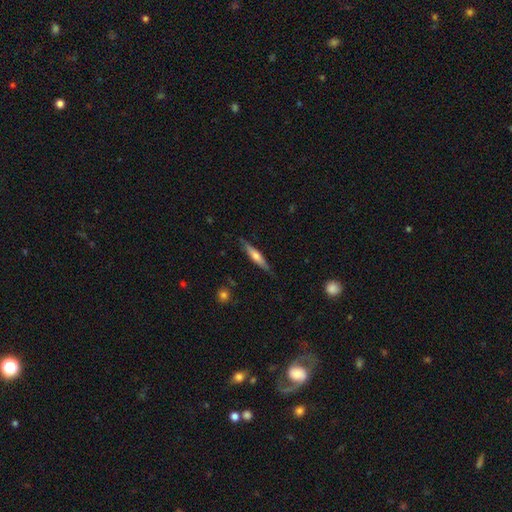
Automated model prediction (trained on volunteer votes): This appears to be a featured or disk galaxy (51%) viewed edge-on (94%). Merging: none (85%).